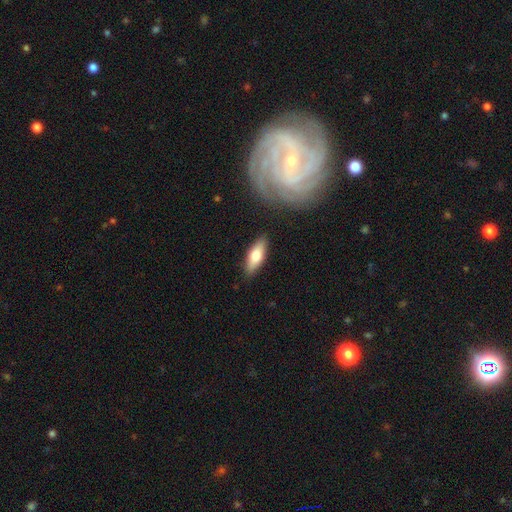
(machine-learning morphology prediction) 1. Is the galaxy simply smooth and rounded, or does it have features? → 67% smooth, 27% featured or disk, 6% star or artifact.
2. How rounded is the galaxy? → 66% in between, 32% cigar-shaped, 2% round.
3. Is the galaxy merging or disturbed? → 86% none, 10% minor disturbance, 2% major disturbance, 2% merger.